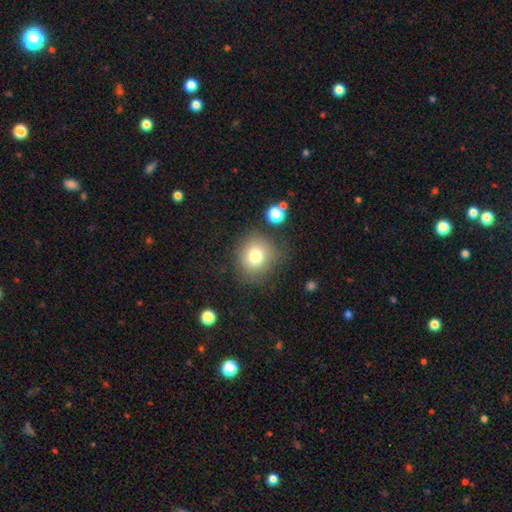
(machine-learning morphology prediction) type=smooth (75%); roundness=round (87%); merging=none (81%).